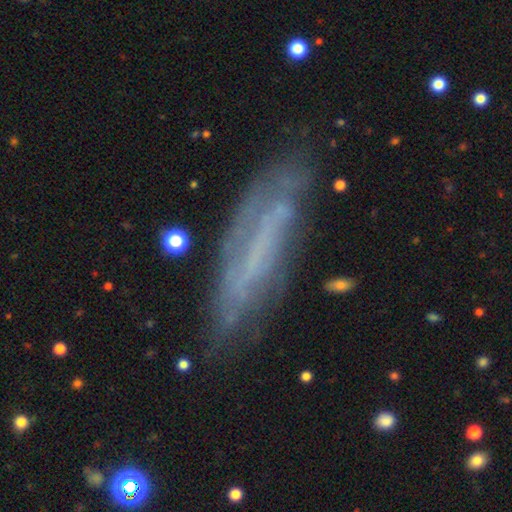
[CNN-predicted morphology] A featured or disk galaxy (63%).

Vote fractions:
- Smooth or featured? featured or disk: 63% / smooth: 28% / star or artifact: 8%
- Edge-on disk? no: 61% / yes: 39%
- Merging? none: 62% / minor disturbance: 24% / major disturbance: 11% / merger: 3%